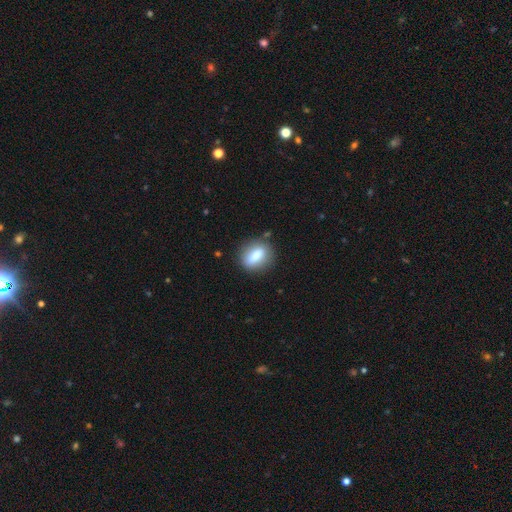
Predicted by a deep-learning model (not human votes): This is likely a smooth galaxy (76%). How rounded: likely in between (64%). Merging: clearly none (82%).